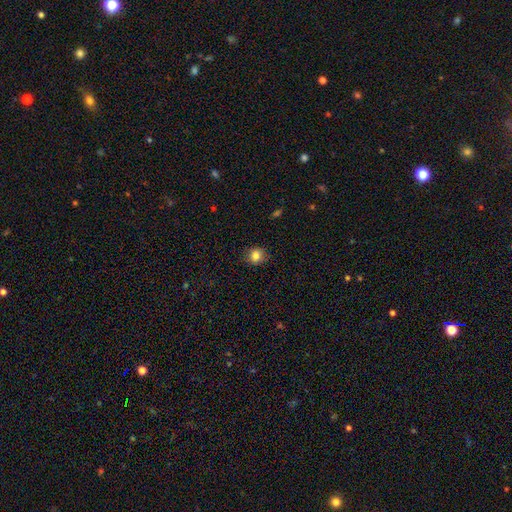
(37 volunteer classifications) Volunteers were most divided on "how rounded": round: 73%, in between: 27%, cigar-shaped: 0%. More confident: smooth or featured — smooth (89%); merging — none (85%).